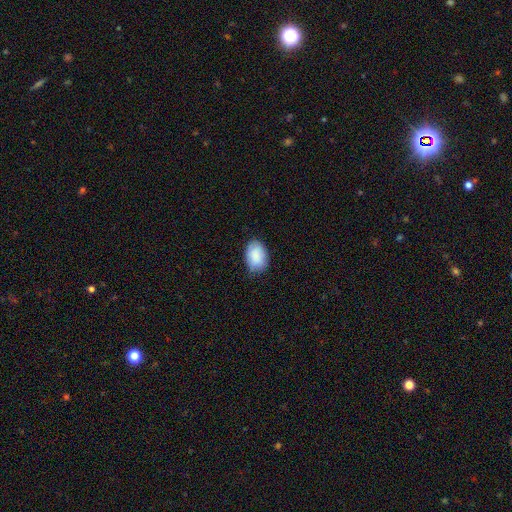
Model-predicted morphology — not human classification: Smooth or featured: smooth — 88% (featured or disk — 6%)
How rounded: in between — 87% (round — 12%)
Merging: none — 77% (minor disturbance — 18%)